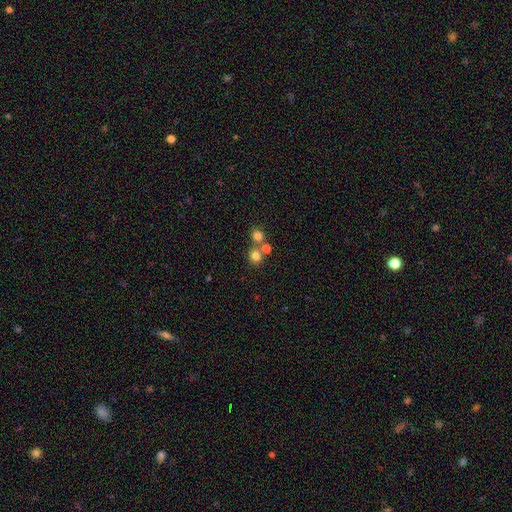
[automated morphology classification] Smooth or featured? smooth (76%)
How rounded? round (87%)
Merging? none (57%)